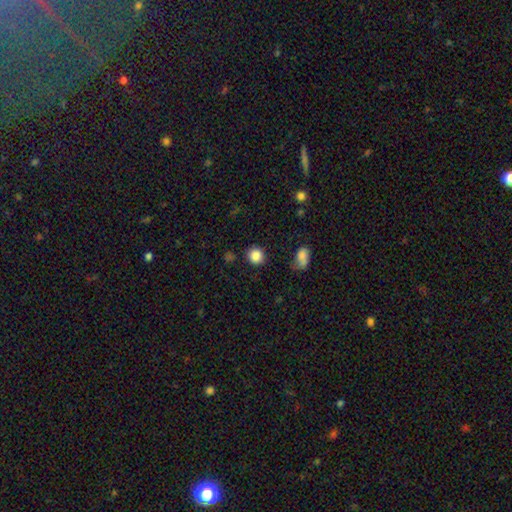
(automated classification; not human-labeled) This appears to be a smooth galaxy with no disk features (86%) that is round (90%). Merging: none (86%).